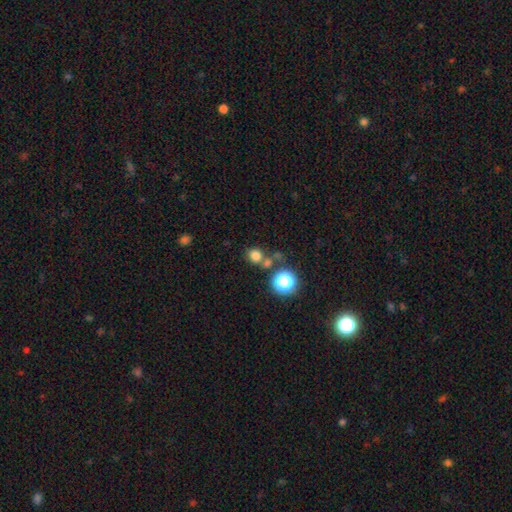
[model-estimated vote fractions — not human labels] Smooth or featured? Predicted: smooth (p=0.74). How rounded? Predicted: round (p=0.81). Merging? Predicted: none (p=0.63).